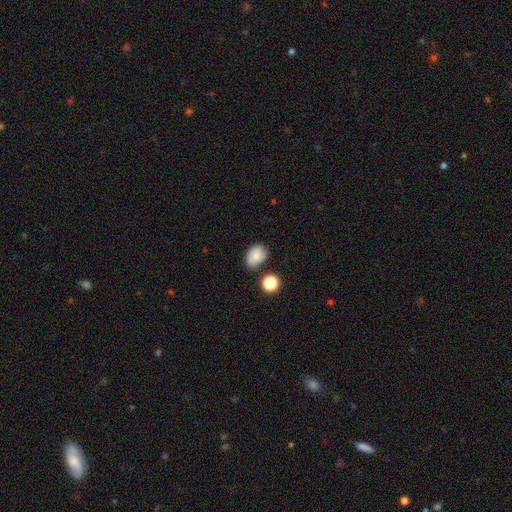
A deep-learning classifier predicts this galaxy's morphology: Smooth or featured? Predicted: smooth (p=0.82). How rounded? Predicted: in between (p=0.72). Merging? Predicted: none (p=0.68).